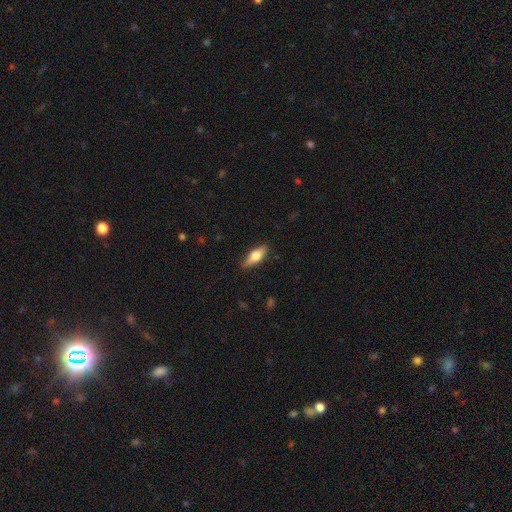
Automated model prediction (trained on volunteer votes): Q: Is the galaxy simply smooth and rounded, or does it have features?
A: smooth — 53%.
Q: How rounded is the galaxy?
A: in between — 61%.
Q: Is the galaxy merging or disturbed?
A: none — 83%.